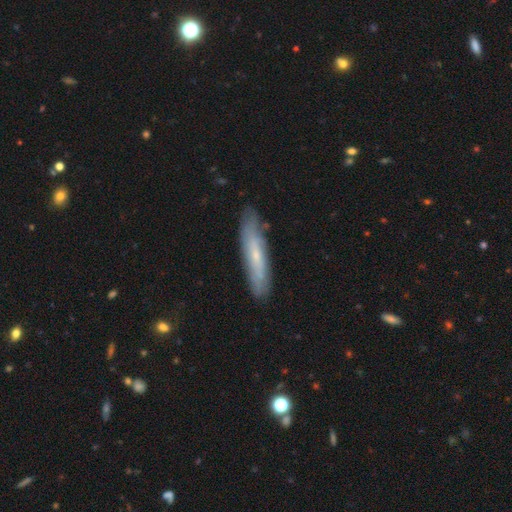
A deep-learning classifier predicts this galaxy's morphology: featured or disk 49%, smooth 44%, star or artifact 7%. Down the decision tree: merging — none (83%).